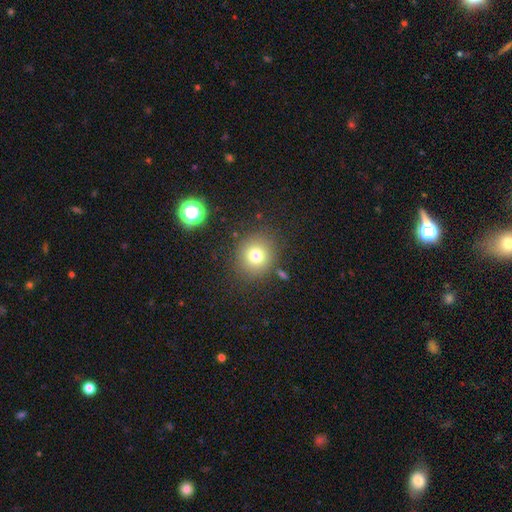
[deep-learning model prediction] Morphology: type=smooth (76%); roundness=round (87%); merging=none (84%).